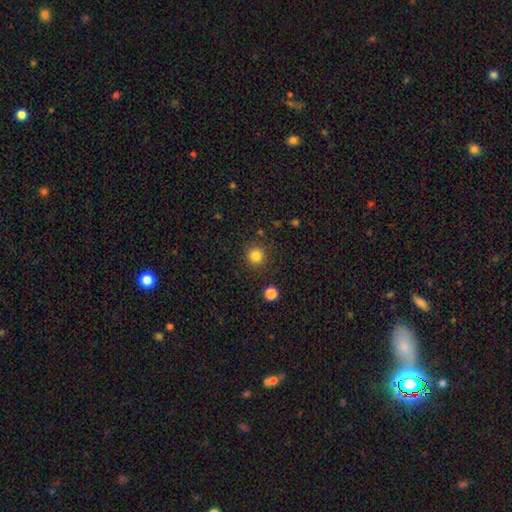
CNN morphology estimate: Smooth or featured? Predicted: smooth (p=0.83). How rounded? Predicted: round (p=0.94). Merging? Predicted: none (p=0.89).